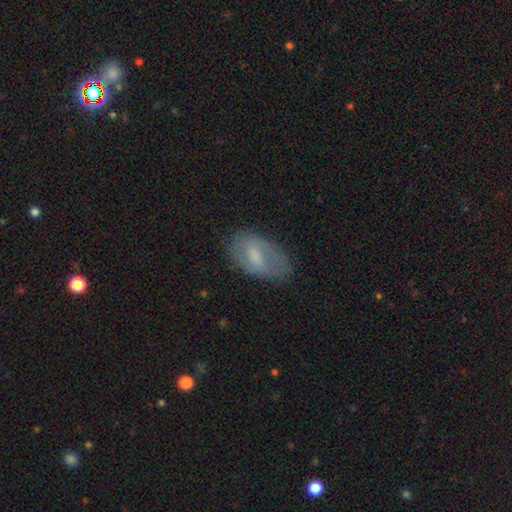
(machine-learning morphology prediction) Smooth or featured? smooth (52%)
How rounded? in between (91%)
Merging? none (66%)